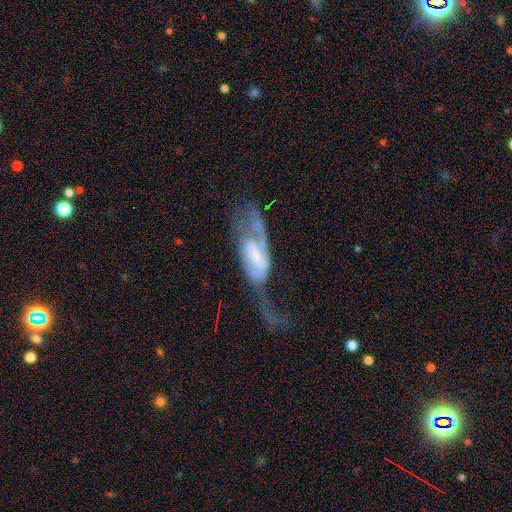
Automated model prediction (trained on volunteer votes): Overall: featured or disk (79%). Edge-on disk: no (92%). Bar: weak (43%; strong 35%). Spiral arms: yes (86%). Spiral arm count: 2 (73%). Spiral winding: loose (48%; medium 36%). Bulge size: small (49%; moderate 25%). Merging: major disturbance (48%; none 28%).